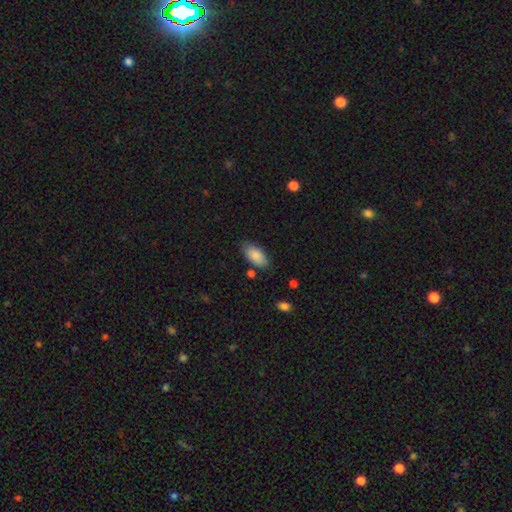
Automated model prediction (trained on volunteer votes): Smooth or featured: smooth — 87% (star or artifact — 6%)
How rounded: in between — 93% (cigar-shaped — 5%)
Merging: none — 78% (minor disturbance — 16%)